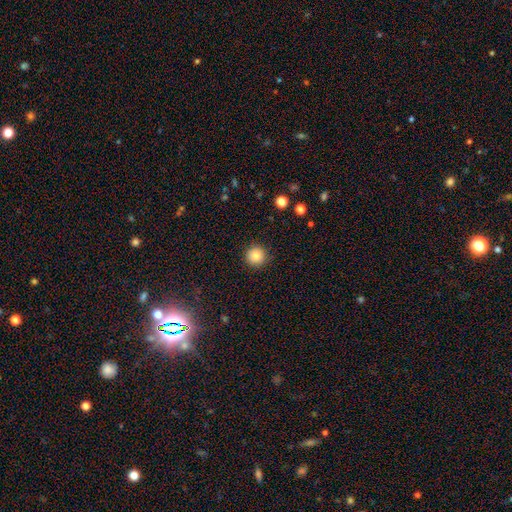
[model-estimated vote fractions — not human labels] smooth 84%, star or artifact 10%, featured or disk 5%. Down the decision tree: how rounded — round (95%); merging — none (91%).